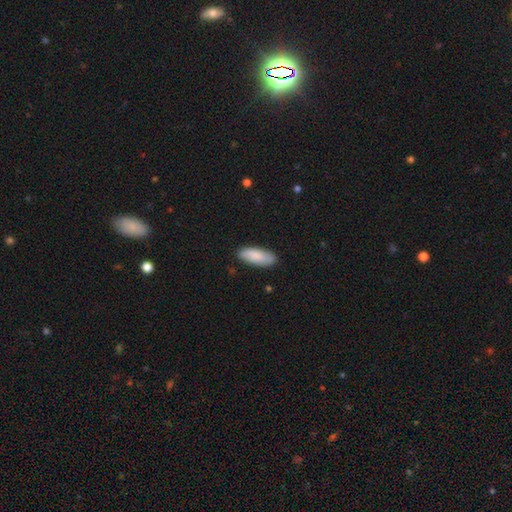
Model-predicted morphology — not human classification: This is clearly a smooth galaxy (86%). How rounded: likely in between (75%). Merging: clearly none (87%).